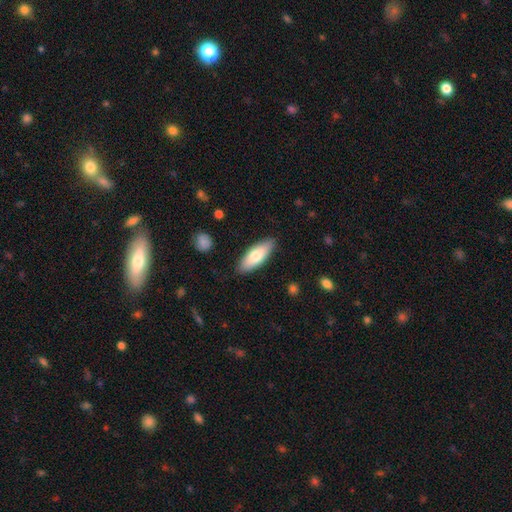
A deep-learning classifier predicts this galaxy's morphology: smooth_or_featured: smooth (p=0.73) [alt: featured or disk p=0.22]
how_rounded: in between (p=0.65) [alt: cigar-shaped p=0.33]
merging: none (p=0.87) [alt: minor disturbance p=0.10]